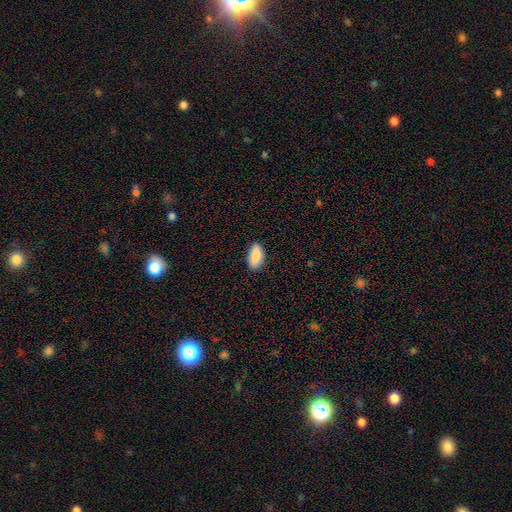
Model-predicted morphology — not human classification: Smooth or featured? Predicted: smooth (p=0.86). How rounded? Predicted: in between (p=0.91). Merging? Predicted: none (p=0.84).